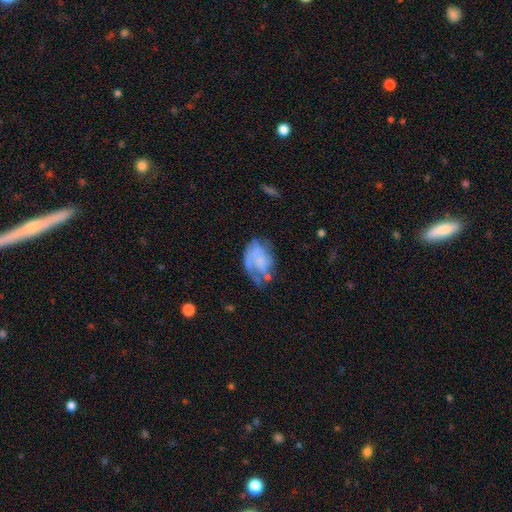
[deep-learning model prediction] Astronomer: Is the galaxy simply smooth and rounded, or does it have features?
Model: featured or disk — 54% (runner-up: smooth, 38%).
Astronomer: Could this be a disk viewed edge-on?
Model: no — 97%.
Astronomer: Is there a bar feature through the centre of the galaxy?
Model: no — 83%.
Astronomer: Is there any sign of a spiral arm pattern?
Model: yes — 55% (runner-up: no, 45%).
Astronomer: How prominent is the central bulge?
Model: none — 63%.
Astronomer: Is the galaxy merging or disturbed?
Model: none — 38% (runner-up: major disturbance, 29%).